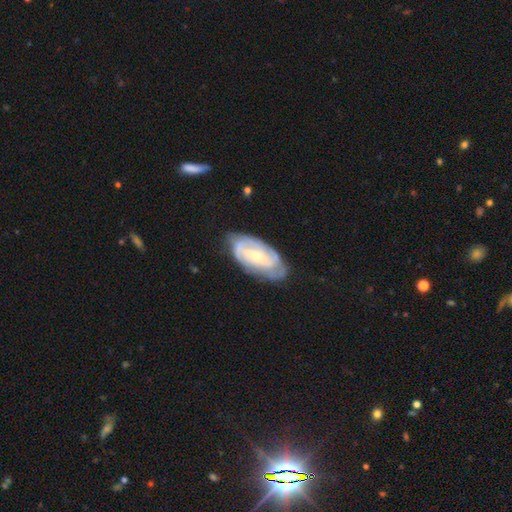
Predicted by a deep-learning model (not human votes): A featured or disk galaxy (77%) with no bar (55%), tight (64%) spiral arms (91%) and a small central bulge (68%). Merging: none (72%).